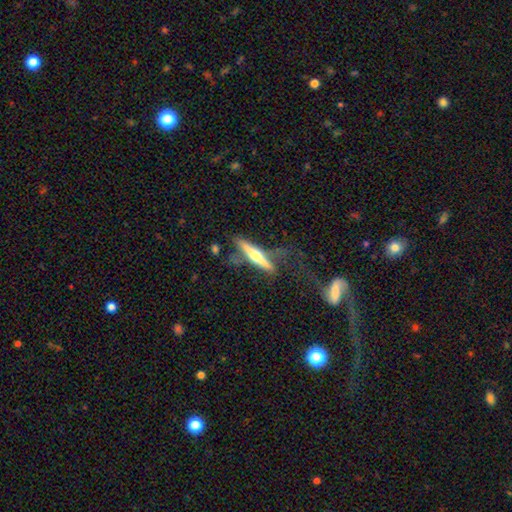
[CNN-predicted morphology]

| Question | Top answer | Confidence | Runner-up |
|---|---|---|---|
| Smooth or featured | featured or disk | 67% | smooth (28%) |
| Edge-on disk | yes | 94% | no (6%) |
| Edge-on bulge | rounded | 91% | none (5%) |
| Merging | none | 55% | minor disturbance (23%) |